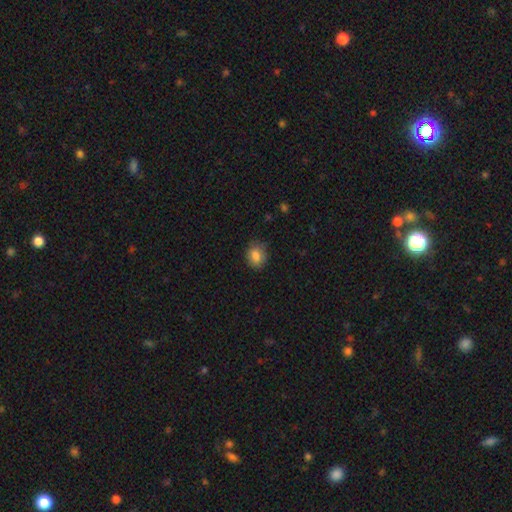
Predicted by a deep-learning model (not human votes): Morphology: type=smooth (84%); roundness=round (53%); merging=none (79%).